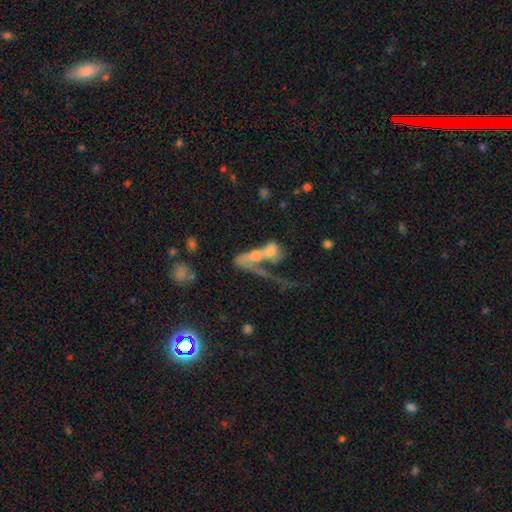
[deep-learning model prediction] smooth_or_featured: featured or disk (p=0.47) [alt: smooth p=0.38]
merging: merger (p=0.68) [alt: major disturbance p=0.14]